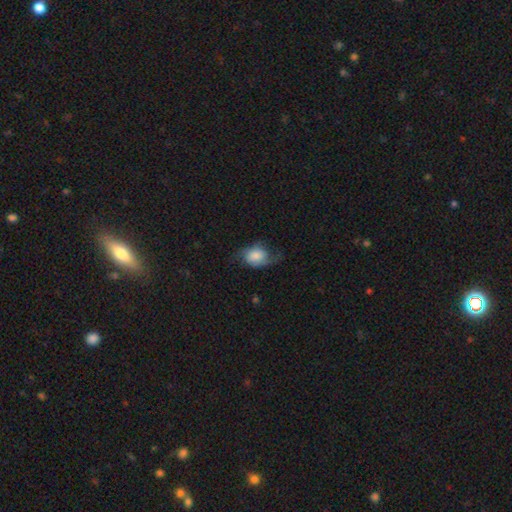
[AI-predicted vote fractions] smooth-or-featured: smooth: 49% | featured or disk: 42% | star or artifact: 8%
  merging: none: 52% | minor disturbance: 26% | major disturbance: 20% | merger: 2%